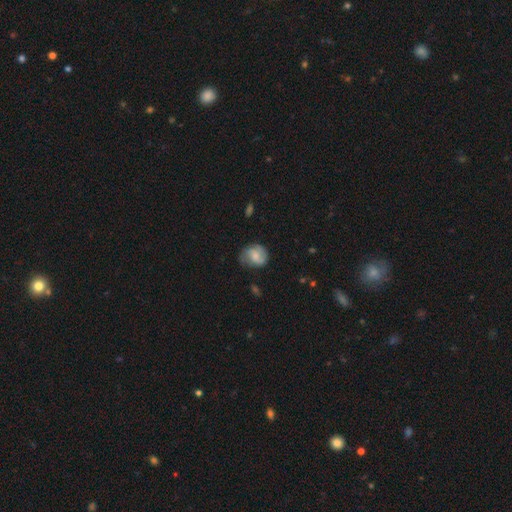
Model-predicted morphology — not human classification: The model was most divided on "smooth or featured": featured or disk: 50%, smooth: 42%, star or artifact: 7%. More confident: edge-on disk — no (97%); merging — none (62%).